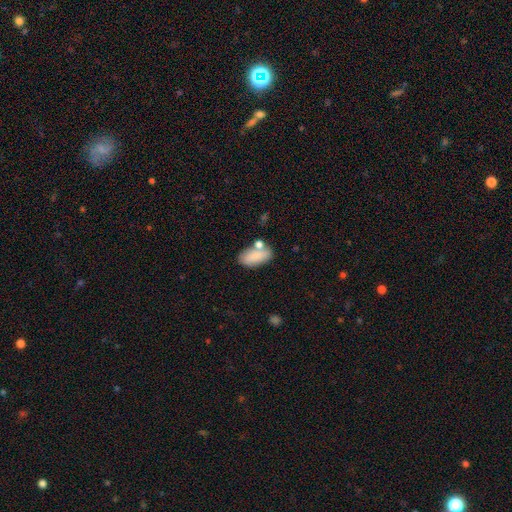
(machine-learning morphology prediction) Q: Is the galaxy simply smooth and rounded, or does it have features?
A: smooth — 83%.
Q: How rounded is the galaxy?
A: in between — 90%.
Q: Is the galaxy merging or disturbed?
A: none — 58%.